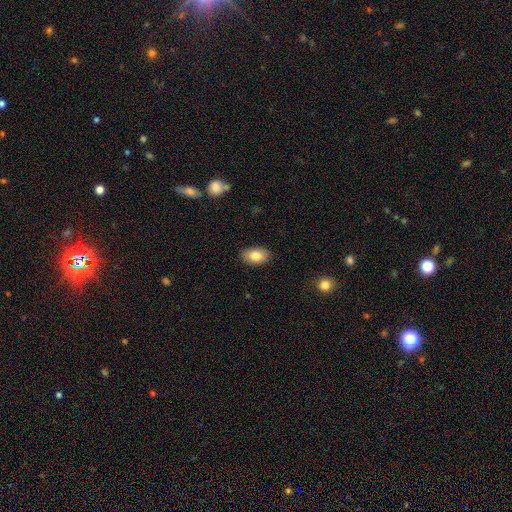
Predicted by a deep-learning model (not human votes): Q: Smooth or featured?
A: smooth (83%); runner-up: featured or disk (10%)
Q: How rounded?
A: in between (92%); runner-up: round (7%)
Q: Merging?
A: none (87%); runner-up: minor disturbance (10%)